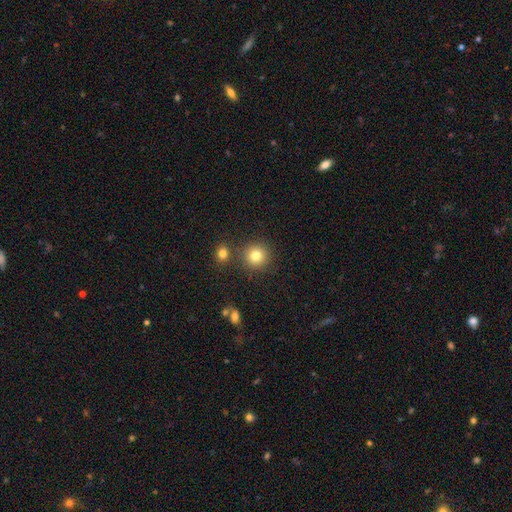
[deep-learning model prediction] Smooth or featured?
  - smooth: 81% *
  - star or artifact: 12%
  - featured or disk: 7%
How rounded?
  - round: 93% *
  - in between: 6%
  - cigar-shaped: 1%
Merging?
  - none: 83% *
  - minor disturbance: 7%
  - merger: 7%
  - major disturbance: 3%